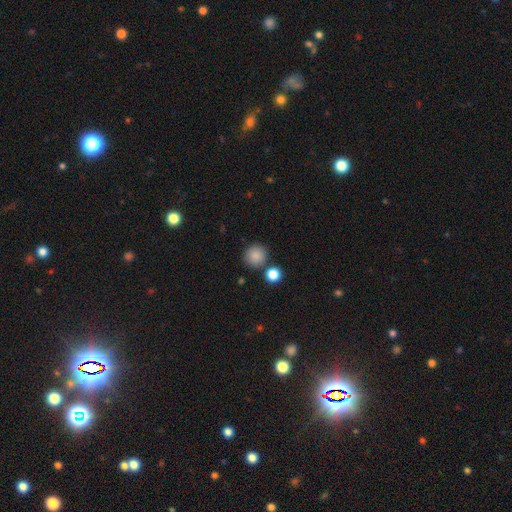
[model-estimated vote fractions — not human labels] smooth-or-featured: smooth: 87% | star or artifact: 9% | featured or disk: 4%
  how-rounded: round: 92% | in between: 7% | cigar-shaped: 1%
  merging: none: 82% | minor disturbance: 8% | merger: 8% | major disturbance: 3%